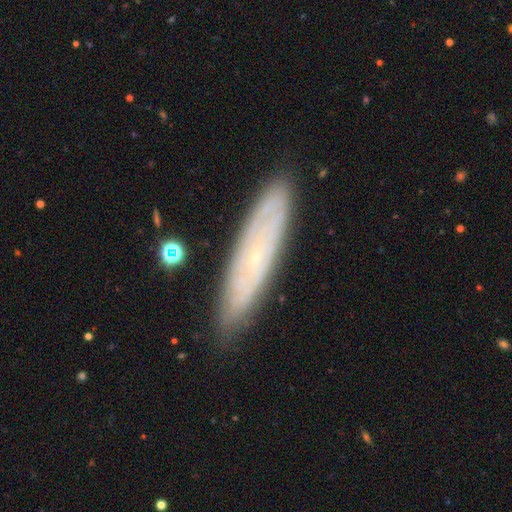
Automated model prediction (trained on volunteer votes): Smooth or featured?
  - featured or disk: 63% *
  - smooth: 29%
  - star or artifact: 8%
Edge-on disk?
  - no: 62% *
  - yes: 38%
Merging?
  - none: 85% *
  - minor disturbance: 11%
  - major disturbance: 2%
  - merger: 2%